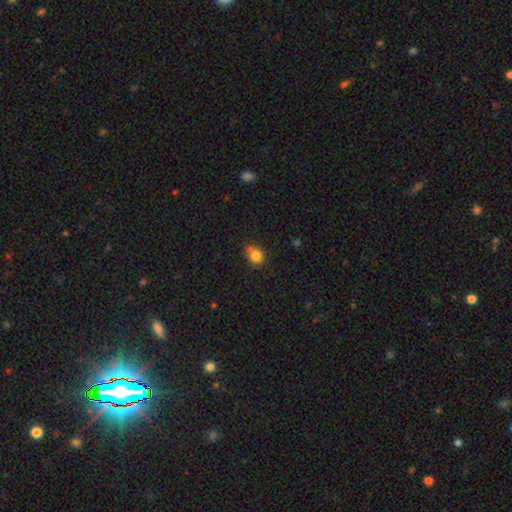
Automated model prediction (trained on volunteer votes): This appears to be a smooth galaxy with no disk features (81%) that is round (50%). Merging: none (57%).